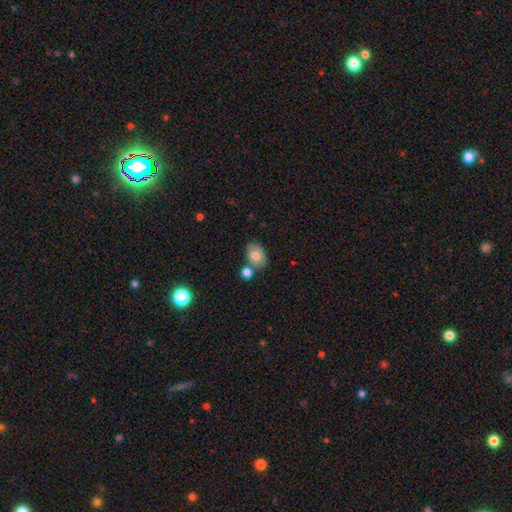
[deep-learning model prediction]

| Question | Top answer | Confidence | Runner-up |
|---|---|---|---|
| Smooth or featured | smooth | 74% | featured or disk (18%) |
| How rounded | in between | 75% | round (24%) |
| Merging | none | 57% | merger (23%) |